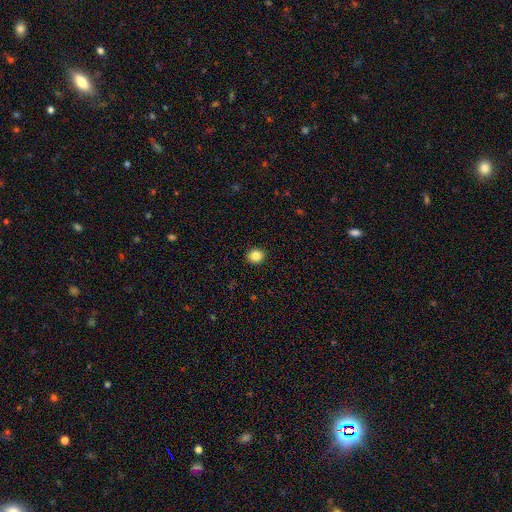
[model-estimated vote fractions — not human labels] Smooth or featured?
  - smooth: 85% *
  - star or artifact: 11%
  - featured or disk: 5%
How rounded?
  - round: 86% *
  - in between: 13%
  - cigar-shaped: 1%
Merging?
  - none: 93% *
  - minor disturbance: 5%
  - major disturbance: 2%
  - merger: 1%